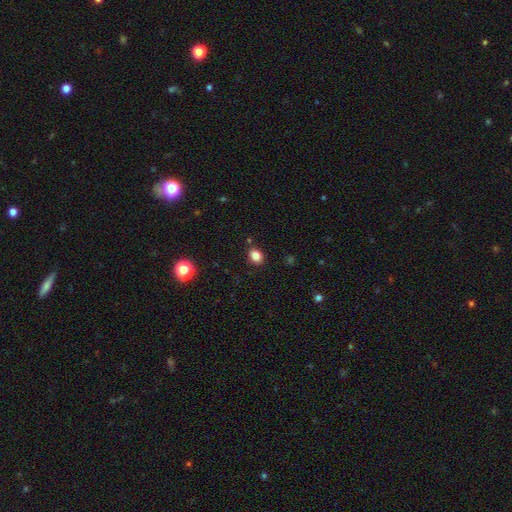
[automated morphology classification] The model was most divided on "how rounded": in between: 50%, round: 49%, cigar-shaped: 1%. More confident: merging — none (87%); smooth or featured — smooth (83%).